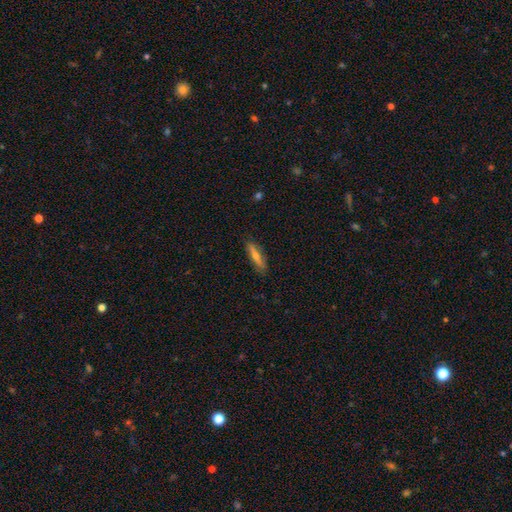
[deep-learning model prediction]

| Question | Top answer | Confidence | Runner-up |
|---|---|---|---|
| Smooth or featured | featured or disk | 48% | smooth (45%) |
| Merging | none | 85% | minor disturbance (12%) |